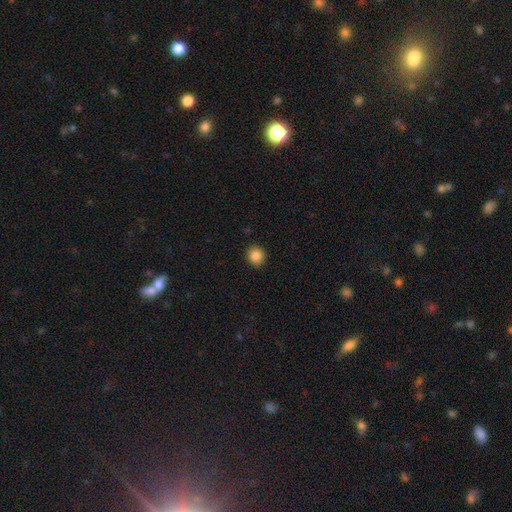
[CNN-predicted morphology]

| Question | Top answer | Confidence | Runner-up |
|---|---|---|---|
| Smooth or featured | smooth | 86% | star or artifact (10%) |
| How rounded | round | 82% | in between (17%) |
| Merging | none | 90% | minor disturbance (7%) |